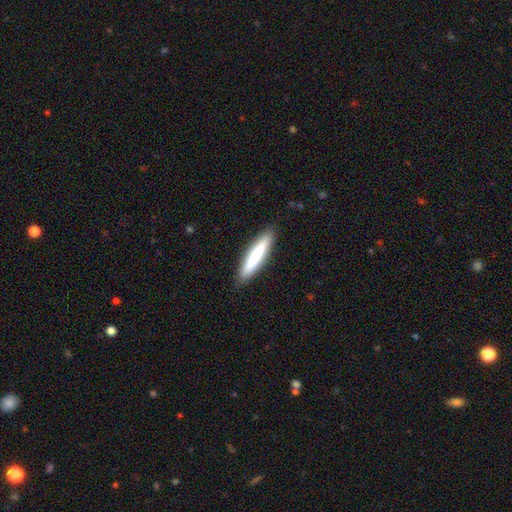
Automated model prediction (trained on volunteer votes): smooth_or_featured: smooth (p=0.73) [alt: featured or disk p=0.22]
how_rounded: cigar-shaped (p=0.88) [alt: in between p=0.11]
merging: none (p=0.90) [alt: minor disturbance p=0.08]